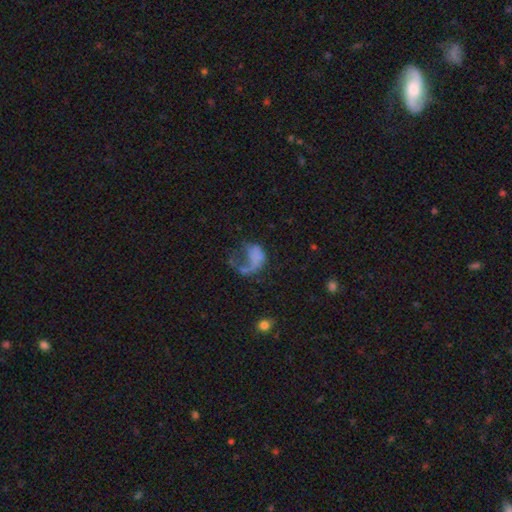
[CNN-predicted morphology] Smooth or featured: featured or disk — 44% (smooth — 42%)
Merging: major disturbance — 59% (none — 21%)